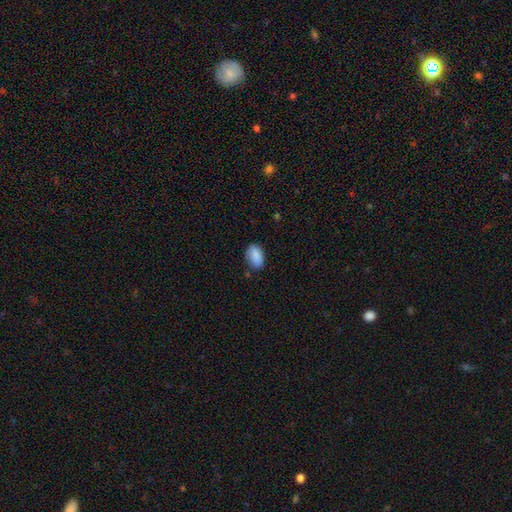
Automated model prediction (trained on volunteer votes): smooth-or-featured: smooth: 88% | star or artifact: 7% | featured or disk: 5%
  how-rounded: in between: 91% | round: 7% | cigar-shaped: 2%
  merging: none: 77% | minor disturbance: 18% | major disturbance: 3% | merger: 2%